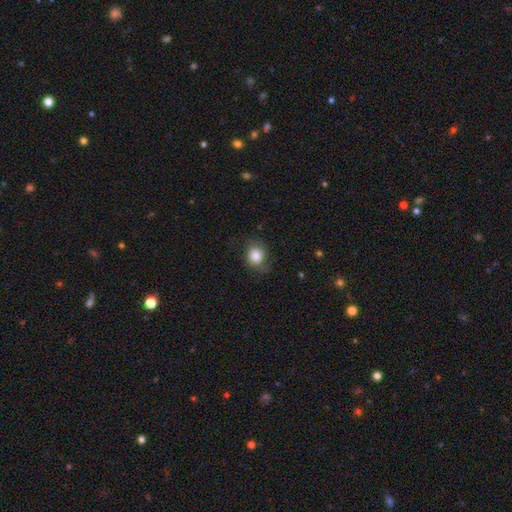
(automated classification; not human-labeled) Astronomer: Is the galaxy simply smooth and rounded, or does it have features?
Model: smooth — 79%.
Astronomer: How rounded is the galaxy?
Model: round — 66%.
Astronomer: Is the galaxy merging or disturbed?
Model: none — 67%.